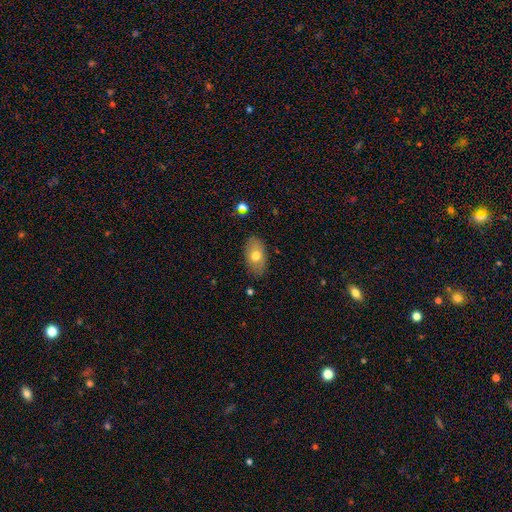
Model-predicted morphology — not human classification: Q: Smooth or featured?
A: smooth (70%); runner-up: featured or disk (22%)
Q: How rounded?
A: in between (92%); runner-up: round (6%)
Q: Merging?
A: none (83%); runner-up: minor disturbance (13%)